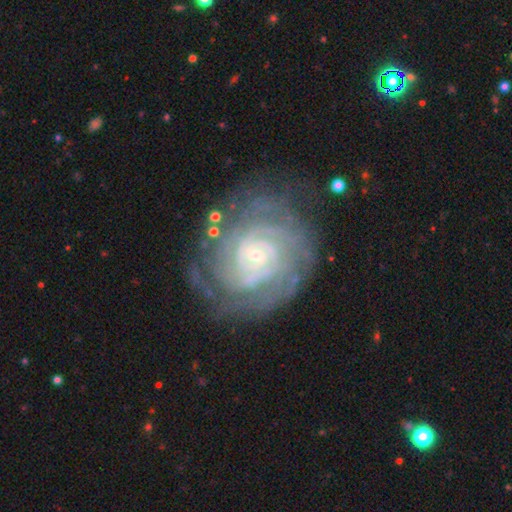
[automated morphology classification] A featured or disk galaxy (88%) with no bar (60%), tight (81%) spiral arms (97%) and a small central bulge (81%).

Vote fractions:
- Smooth or featured? featured or disk: 88% / star or artifact: 6% / smooth: 6%
- Edge-on disk? no: 97% / yes: 3%
- Bar? no: 60% / weak: 30% / strong: 10%
- Spiral arms? yes: 97% / no: 3%
- Spiral winding? tight: 81% / medium: 16% / loose: 3%
- Spiral arm count? can't tell: 28% / 4: 19% / 2: 18% / 3: 16% / more than 4: 12% / 1: 7%
- Bulge size? small: 81% / moderate: 14% / none: 2% / large: 2% / dominant: 1%
- Merging? none: 75% / minor disturbance: 16% / major disturbance: 7% / merger: 2%